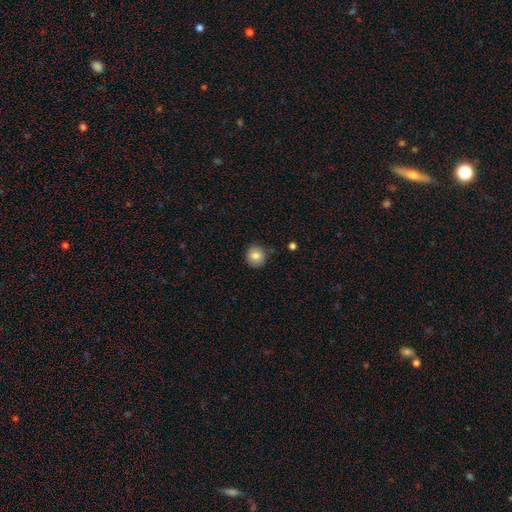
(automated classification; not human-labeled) Smooth or featured? Predicted: smooth (p=0.84). How rounded? Predicted: round (p=0.92). Merging? Predicted: none (p=0.87).